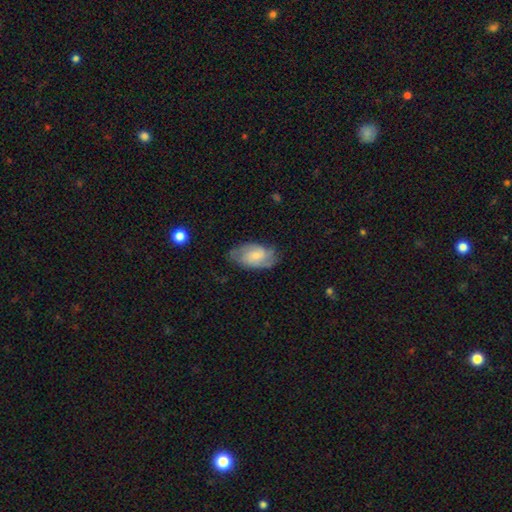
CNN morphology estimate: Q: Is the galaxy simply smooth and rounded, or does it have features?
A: featured or disk — 49%.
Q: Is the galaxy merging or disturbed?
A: none — 68%.